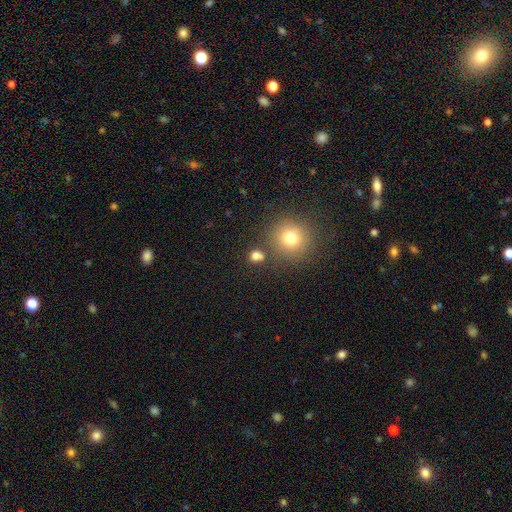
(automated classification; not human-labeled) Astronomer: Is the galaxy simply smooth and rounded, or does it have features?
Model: smooth — 77%.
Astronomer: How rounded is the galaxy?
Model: round — 78%.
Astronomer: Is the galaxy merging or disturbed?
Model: none — 73%.